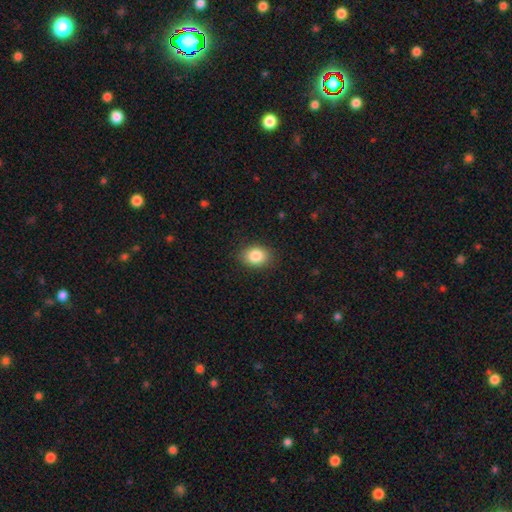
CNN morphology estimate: Q: Smooth or featured?
A: smooth (85%); runner-up: star or artifact (8%)
Q: How rounded?
A: in between (66%); runner-up: round (33%)
Q: Merging?
A: none (86%); runner-up: minor disturbance (10%)